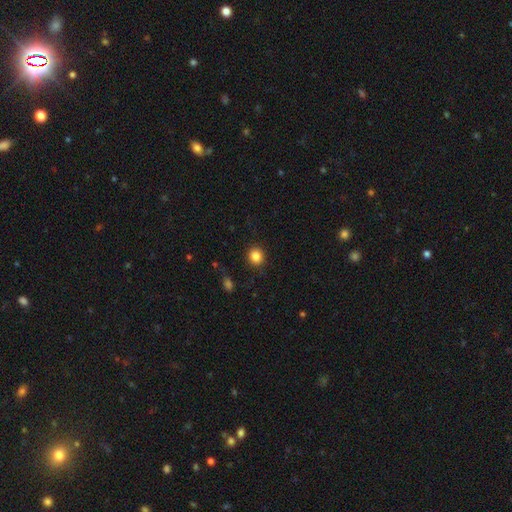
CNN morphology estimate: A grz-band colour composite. It shows a smooth galaxy with no disk features (86%) that is round (85%). Merging: none (89%).